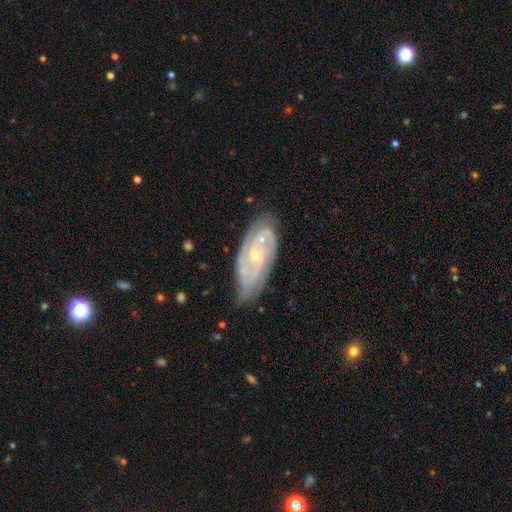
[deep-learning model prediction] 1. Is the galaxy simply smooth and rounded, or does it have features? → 85% featured or disk, 9% smooth, 6% star or artifact.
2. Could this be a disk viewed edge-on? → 93% no, 7% yes.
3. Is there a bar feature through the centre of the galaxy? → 70% no, 24% weak, 7% strong.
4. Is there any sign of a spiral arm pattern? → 94% yes, 6% no.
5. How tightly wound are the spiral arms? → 62% tight, 32% medium, 7% loose.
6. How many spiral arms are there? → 29% 2, 26% 3, 25% can't tell, 11% 4, 5% more than 4, 4% 1.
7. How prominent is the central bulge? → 67% small, 30% moderate, 1% none, 1% large, 1% dominant.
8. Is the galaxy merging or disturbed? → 71% none, 21% minor disturbance, 5% major disturbance, 3% merger.